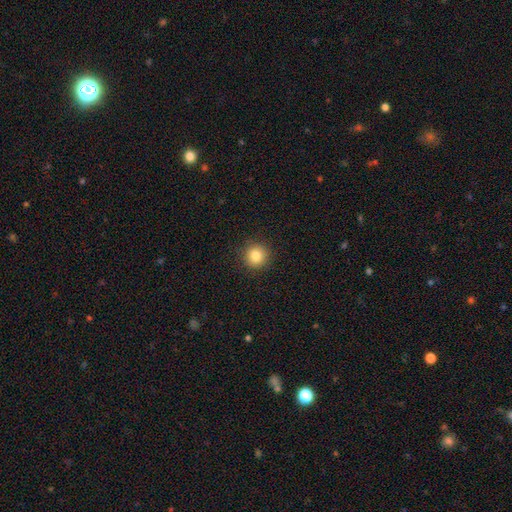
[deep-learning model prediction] The model was most divided on "smooth or featured": smooth: 83%, star or artifact: 11%, featured or disk: 6%. More confident: how rounded — round (93%); merging — none (91%).